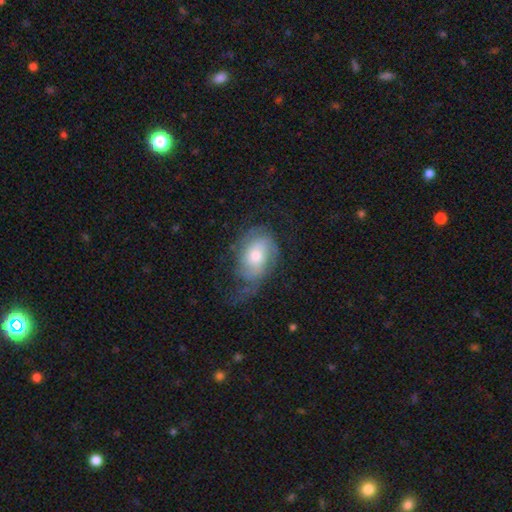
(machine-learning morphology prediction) type=featured or disk (67%); edge-on=no (96%); bar=no (71%); spiral arms=yes (87%); winding=medium (39%); arm count=2 (49%); bulge=moderate (60%); merging=none (48%).